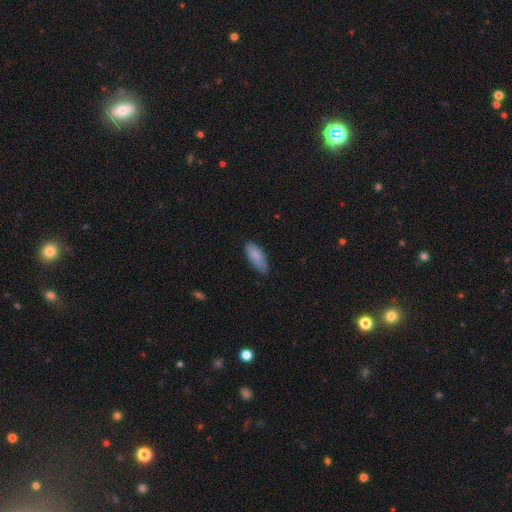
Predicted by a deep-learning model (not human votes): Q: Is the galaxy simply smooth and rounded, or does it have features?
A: smooth — 83%.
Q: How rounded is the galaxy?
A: in between — 79%.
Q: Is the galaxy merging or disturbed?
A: none — 62%.